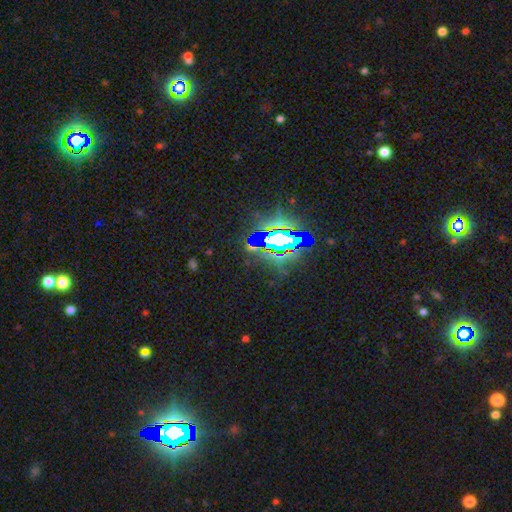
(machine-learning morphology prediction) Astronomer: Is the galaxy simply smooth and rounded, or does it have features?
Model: star or artifact — 81%.